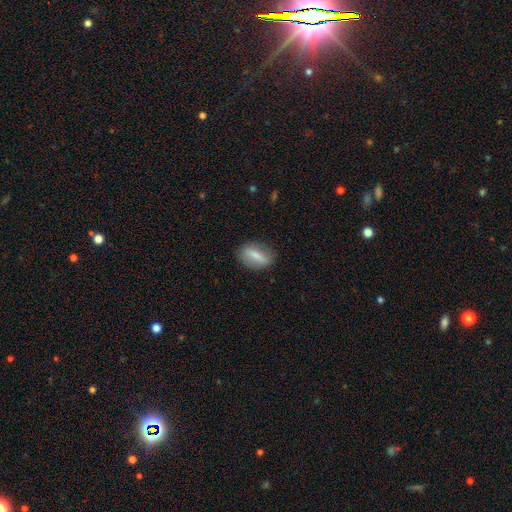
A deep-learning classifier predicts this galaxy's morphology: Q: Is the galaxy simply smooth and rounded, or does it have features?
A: smooth — 65%.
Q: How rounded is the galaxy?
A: in between — 73%.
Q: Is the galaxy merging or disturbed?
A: none — 81%.